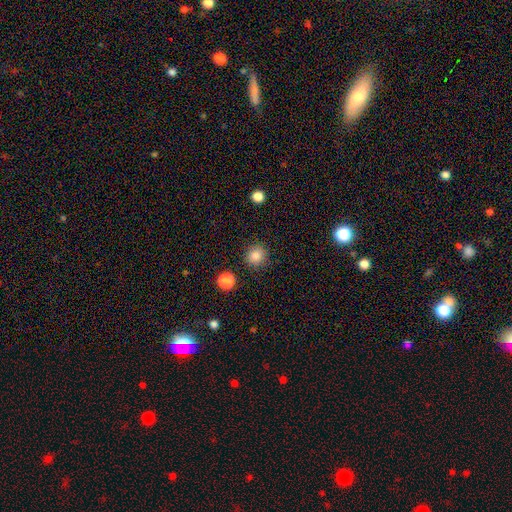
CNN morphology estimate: Overall: smooth (84%). How rounded: round (91%). Merging: none (89%).